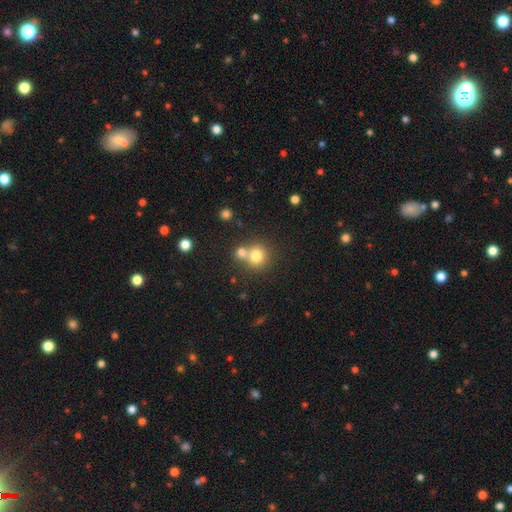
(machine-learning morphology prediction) type=smooth (76%); roundness=round (86%); merging=none (49%).